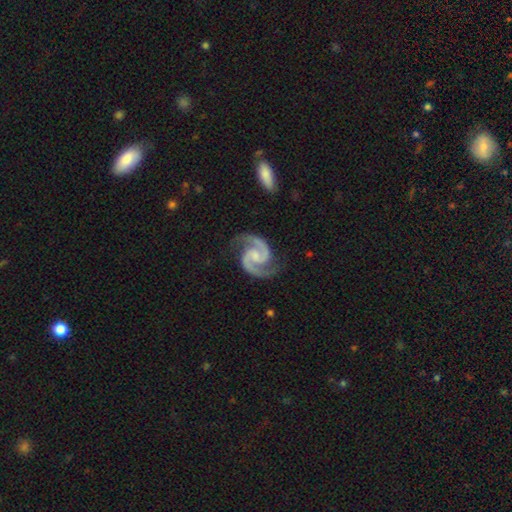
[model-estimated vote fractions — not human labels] Smooth or featured? Predicted: featured or disk (p=0.95). Edge-on disk? Predicted: no (p=0.99). Bar? Predicted: no (p=0.46). Spiral arms? Predicted: yes (p=0.99). Spiral winding? Predicted: medium (p=0.65). Spiral arm count? Predicted: 2 (p=0.95). Bulge size? Predicted: small (p=0.41). Merging? Predicted: none (p=0.81).